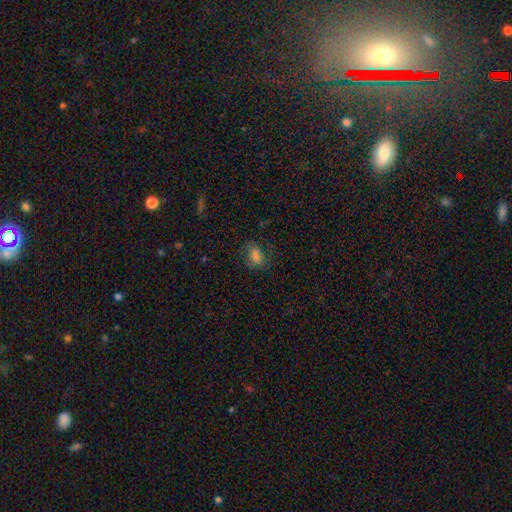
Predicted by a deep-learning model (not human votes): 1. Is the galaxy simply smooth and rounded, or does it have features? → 72% smooth, 15% star or artifact, 13% featured or disk.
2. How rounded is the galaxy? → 78% in between, 18% round, 4% cigar-shaped.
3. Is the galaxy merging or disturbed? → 73% none, 18% minor disturbance, 8% major disturbance, 1% merger.